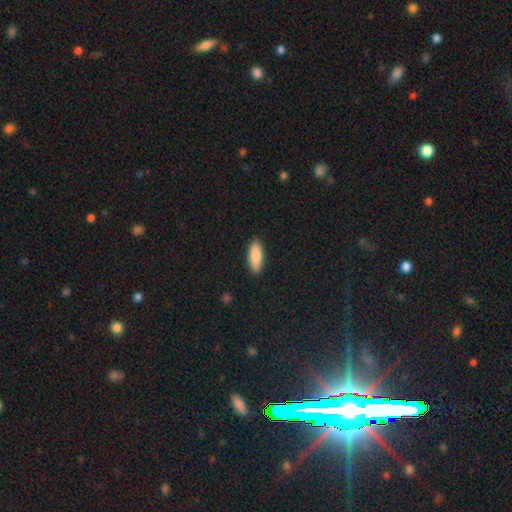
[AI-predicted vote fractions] The model was most divided on "how rounded": in between: 72%, cigar-shaped: 26%, round: 2%. More confident: merging — none (89%); smooth or featured — smooth (87%).